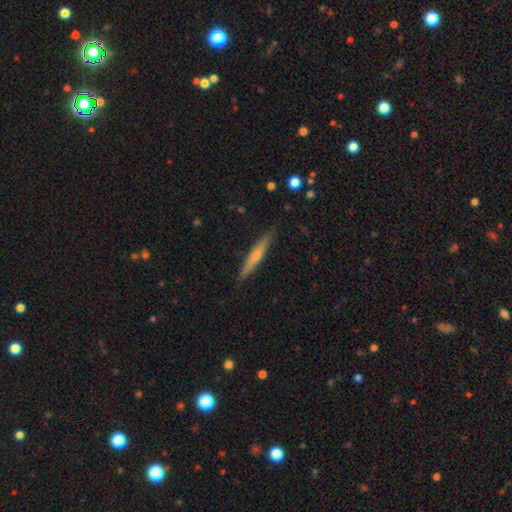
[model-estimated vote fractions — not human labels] Overall: featured or disk (48%; smooth 46%). Merging: none (87%).